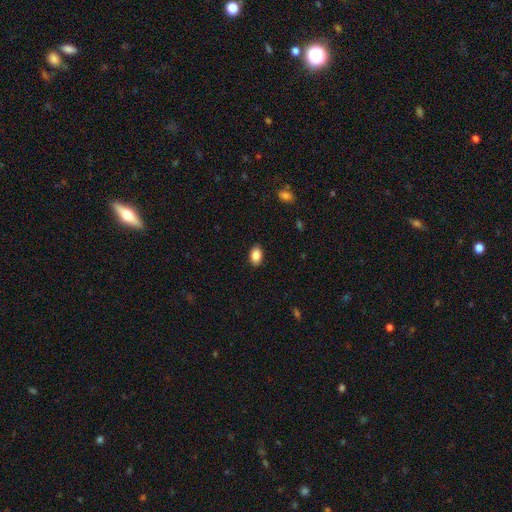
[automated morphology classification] Q: Smooth or featured?
A: smooth (87%); runner-up: star or artifact (8%)
Q: How rounded?
A: in between (90%); runner-up: round (9%)
Q: Merging?
A: none (89%); runner-up: minor disturbance (8%)